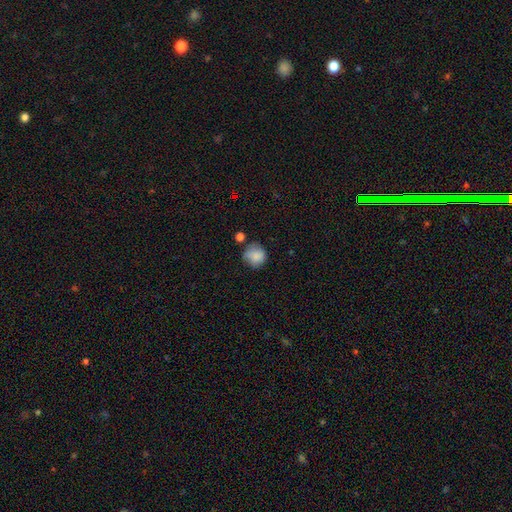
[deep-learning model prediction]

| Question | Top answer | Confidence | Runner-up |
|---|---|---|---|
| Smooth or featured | smooth | 83% | star or artifact (9%) |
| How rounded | round | 86% | in between (13%) |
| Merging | none | 58% | minor disturbance (27%) |